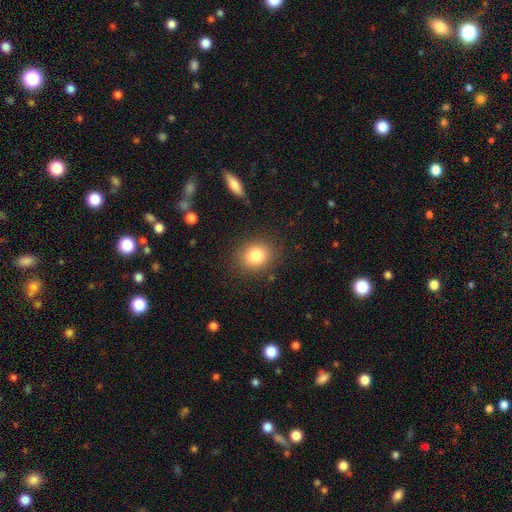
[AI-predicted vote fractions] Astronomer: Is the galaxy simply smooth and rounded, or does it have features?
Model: smooth — 82%.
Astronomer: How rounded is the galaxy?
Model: round — 65%.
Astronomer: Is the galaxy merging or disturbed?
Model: none — 86%.